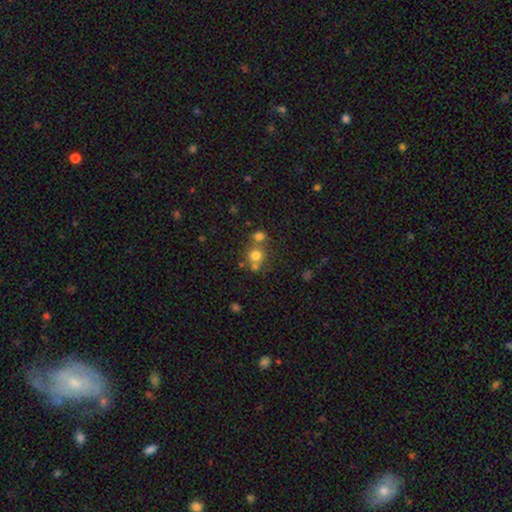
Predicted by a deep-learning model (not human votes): smooth-or-featured: smooth: 72% | star or artifact: 16% | featured or disk: 12%
  how-rounded: round: 85% | in between: 14% | cigar-shaped: 1%
  merging: none: 53% | merger: 35% | minor disturbance: 8% | major disturbance: 4%